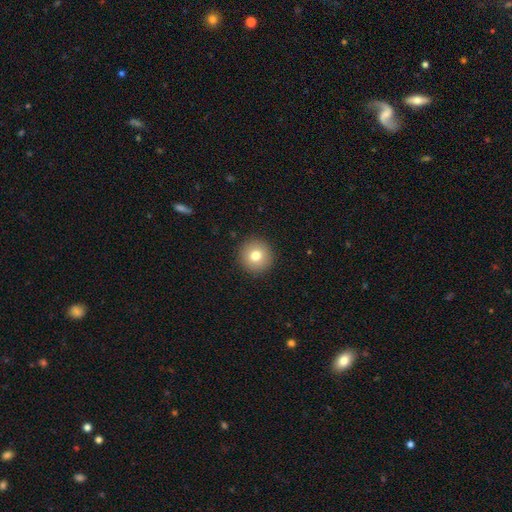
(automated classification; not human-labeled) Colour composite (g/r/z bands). It shows a smooth galaxy with no disk features (77%) that is round (95%). Merging: none (92%).